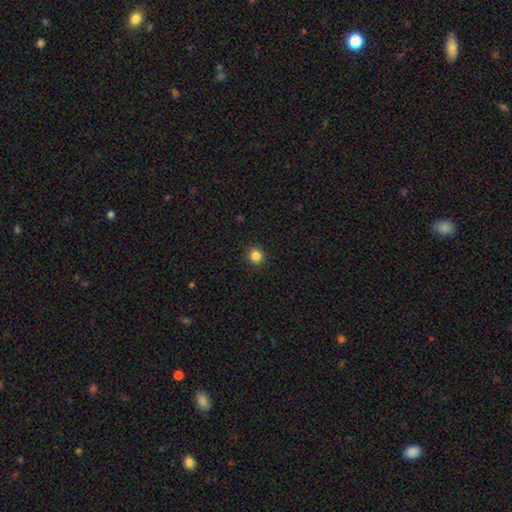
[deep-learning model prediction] Overall: smooth (85%). How rounded: round (92%). Merging: none (92%).